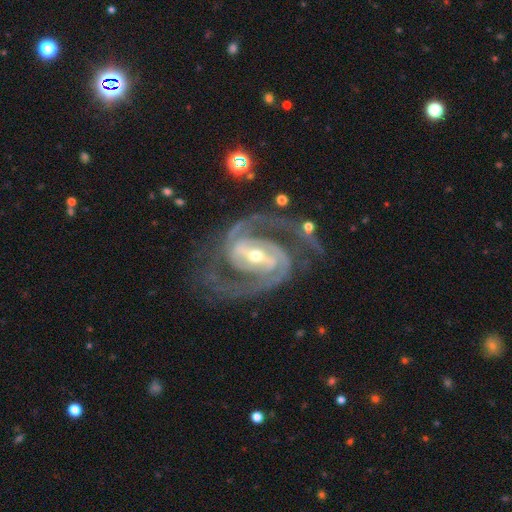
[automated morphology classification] Smooth or featured: featured or disk — 93% (star or artifact — 4%)
Edge-on disk: no — 97% (yes — 3%)
Bar: strong — 61% (weak — 29%)
Spiral arms: yes — 98% (no — 2%)
Spiral winding: medium — 59% (tight — 30%)
Spiral arm count: 2 — 87% (3 — 6%)
Bulge size: small — 50% (moderate — 46%)
Merging: none — 69% (minor disturbance — 16%)